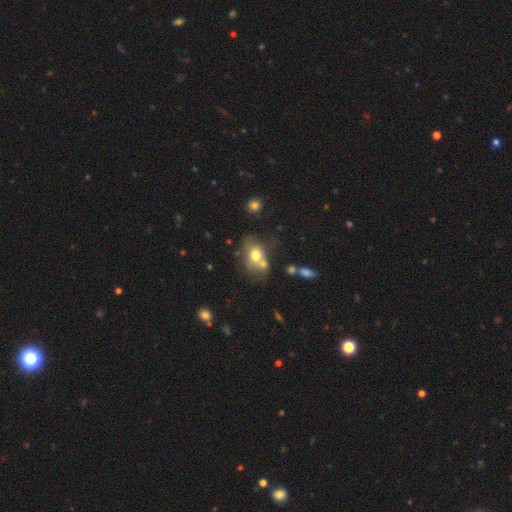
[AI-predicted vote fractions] A smooth galaxy with no disk features (68%) that is in between round and cigar-shaped (69%).

Vote fractions:
- Smooth or featured? smooth: 68% / featured or disk: 22% / star or artifact: 10%
- How rounded? in between: 69% / round: 29% / cigar-shaped: 1%
- Merging? none: 40% / merger: 35% / minor disturbance: 17% / major disturbance: 8%